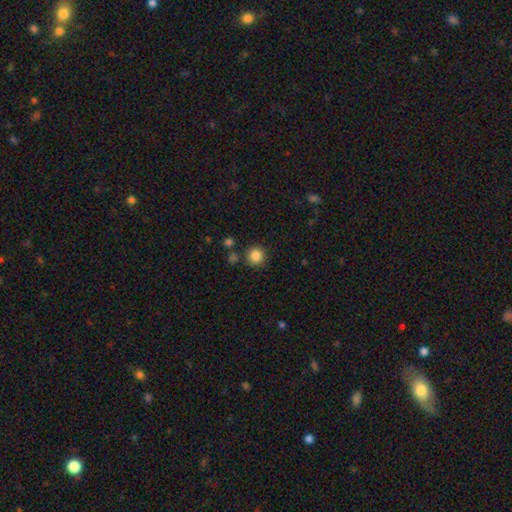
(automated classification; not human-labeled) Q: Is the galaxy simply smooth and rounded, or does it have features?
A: smooth — 85%.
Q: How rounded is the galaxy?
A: round — 93%.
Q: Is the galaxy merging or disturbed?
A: none — 86%.